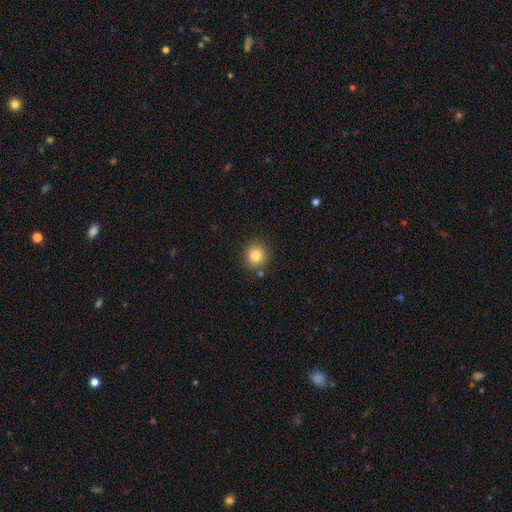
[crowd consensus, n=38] A smooth galaxy with no disk features (87%) that is round (91%).

Vote fractions:
- Smooth or featured? smooth: 87% / star or artifact: 8% / featured or disk: 5%
- How rounded? round: 91% / in between: 9% / cigar-shaped: 0%
- Merging? none: 83% / minor disturbance: 11% / major disturbance: 3% / merger: 3%